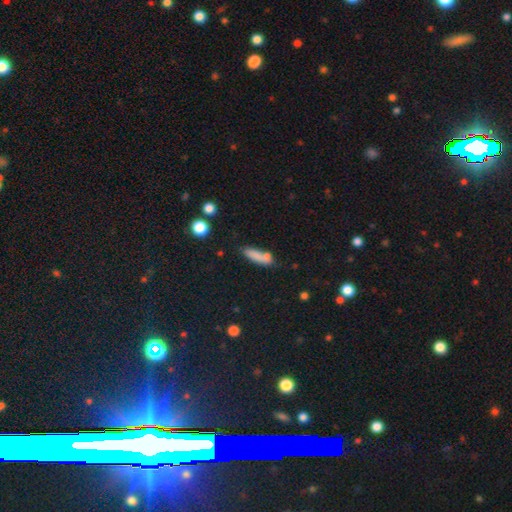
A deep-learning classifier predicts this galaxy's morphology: smooth 79%, featured or disk 12%, star or artifact 9%. Down the decision tree: how rounded — cigar-shaped (56%); merging — none (52%).